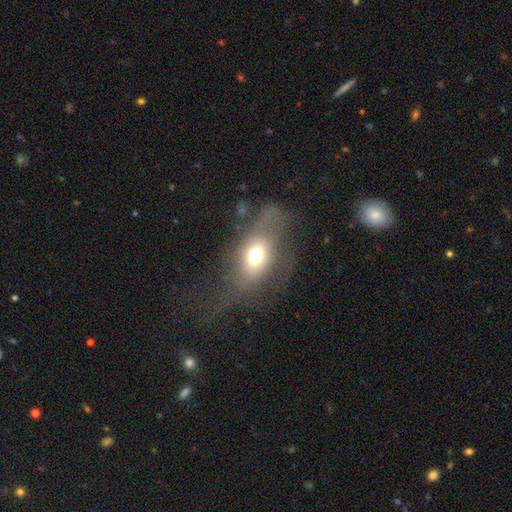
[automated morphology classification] Smooth or featured: smooth — 59% (featured or disk — 29%)
How rounded: in between — 74% (round — 20%)
Merging: major disturbance — 39% (none — 38%)